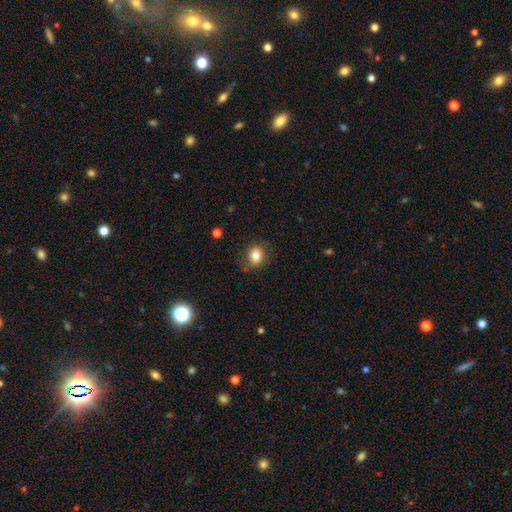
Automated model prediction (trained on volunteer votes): Morphology: type=smooth (82%); roundness=round (59%); merging=none (83%).